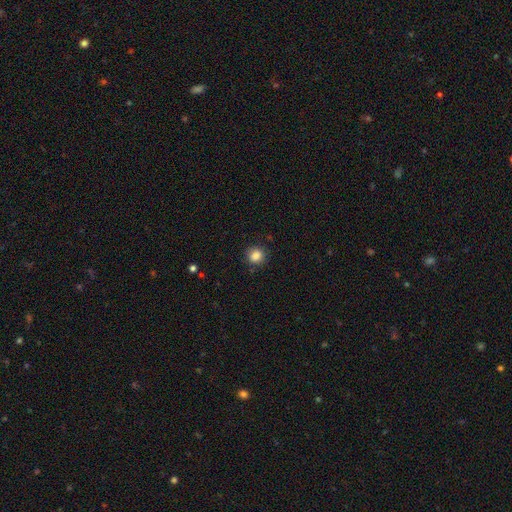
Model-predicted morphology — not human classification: type=smooth (85%); roundness=round (85%); merging=none (87%).